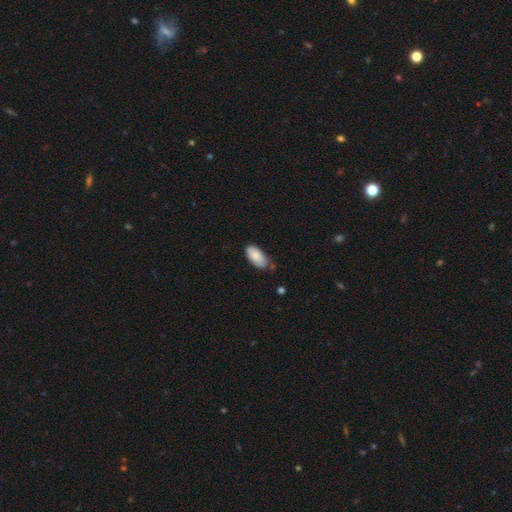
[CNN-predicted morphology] Q: Smooth or featured?
A: smooth (85%); runner-up: featured or disk (9%)
Q: How rounded?
A: in between (93%); runner-up: cigar-shaped (5%)
Q: Merging?
A: none (69%); runner-up: minor disturbance (24%)